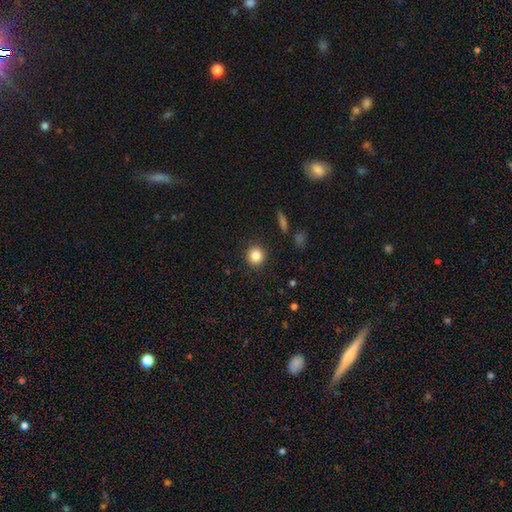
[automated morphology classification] Smooth or featured?
  - smooth: 85% *
  - star or artifact: 10%
  - featured or disk: 5%
How rounded?
  - round: 89% *
  - in between: 10%
  - cigar-shaped: 1%
Merging?
  - none: 90% *
  - minor disturbance: 6%
  - major disturbance: 2%
  - merger: 1%